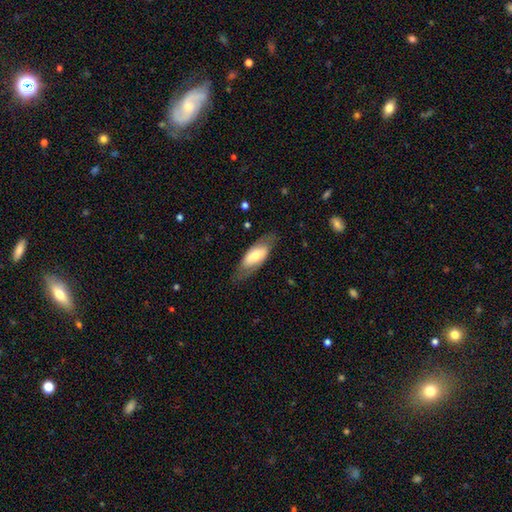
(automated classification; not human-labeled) This is possibly a smooth galaxy (51%). How rounded: clearly in between (82%). Merging: likely none (74%).